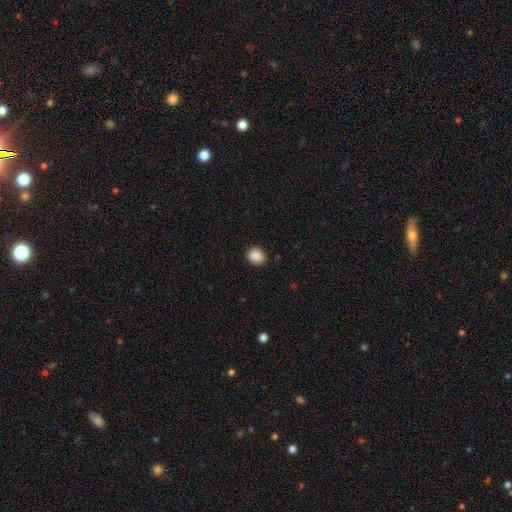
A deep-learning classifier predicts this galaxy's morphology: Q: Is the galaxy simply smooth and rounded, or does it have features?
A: smooth — 88%.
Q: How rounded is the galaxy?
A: round — 62%.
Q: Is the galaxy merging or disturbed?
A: none — 81%.